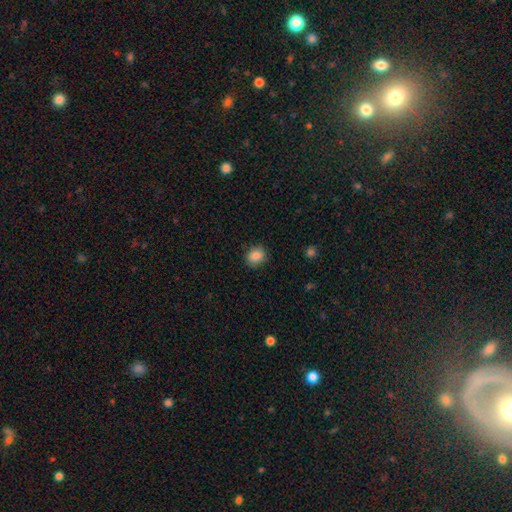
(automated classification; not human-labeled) Smooth or featured? smooth (86%)
How rounded? round (59%)
Merging? none (86%)